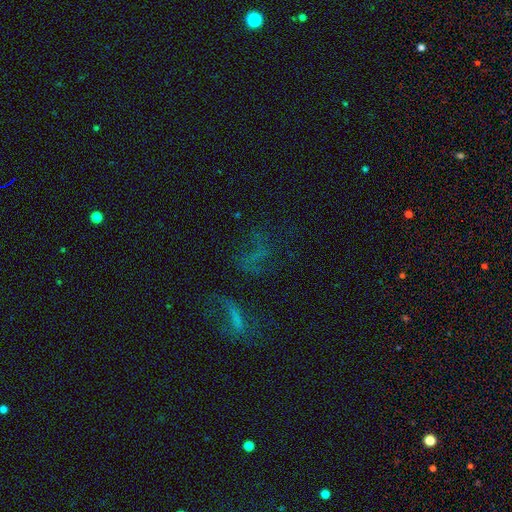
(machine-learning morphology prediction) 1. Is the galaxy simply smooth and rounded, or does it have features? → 43% star or artifact, 31% featured or disk, 26% smooth.